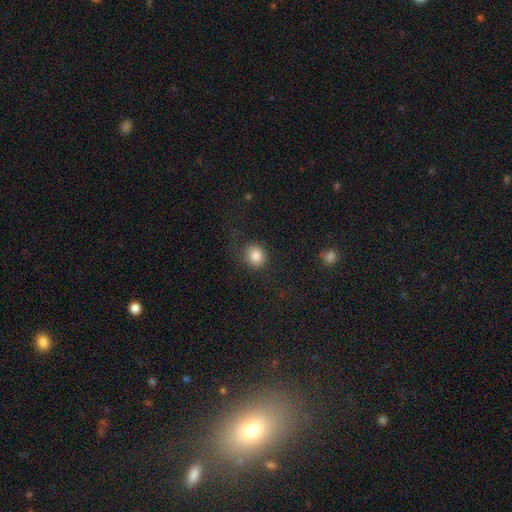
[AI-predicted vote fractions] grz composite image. It shows a smooth galaxy with no disk features (84%) that is round (71%). Merging: none (78%).